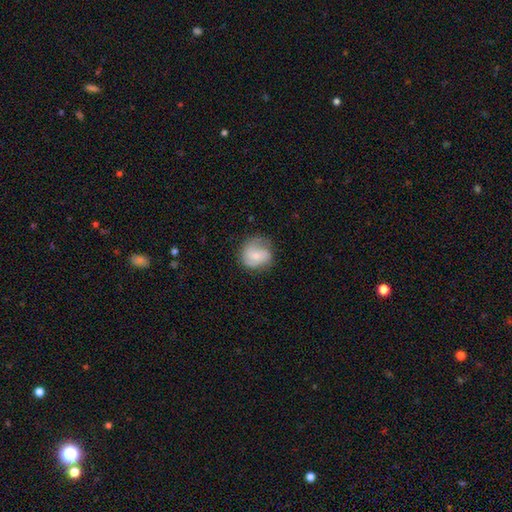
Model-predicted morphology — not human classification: Smooth or featured: featured or disk — 48% (smooth — 45%)
Merging: none — 60% (minor disturbance — 26%)